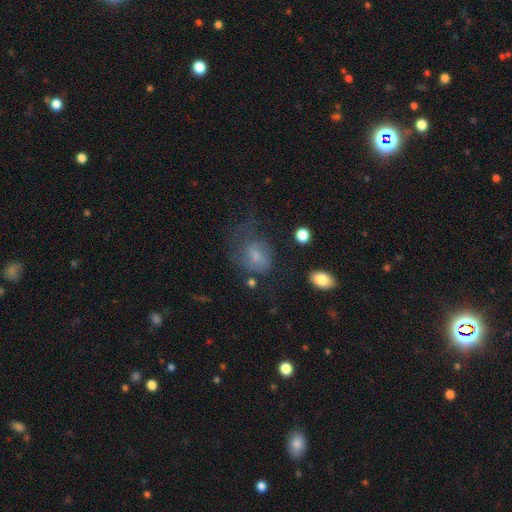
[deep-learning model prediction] A smooth galaxy with no disk features (58%) that is in between round and cigar-shaped (58%).

Vote fractions:
- Smooth or featured? smooth: 58% / featured or disk: 28% / star or artifact: 14%
- How rounded? in between: 58% / round: 40% / cigar-shaped: 2%
- Merging? major disturbance: 38% / none: 35% / minor disturbance: 23% / merger: 4%